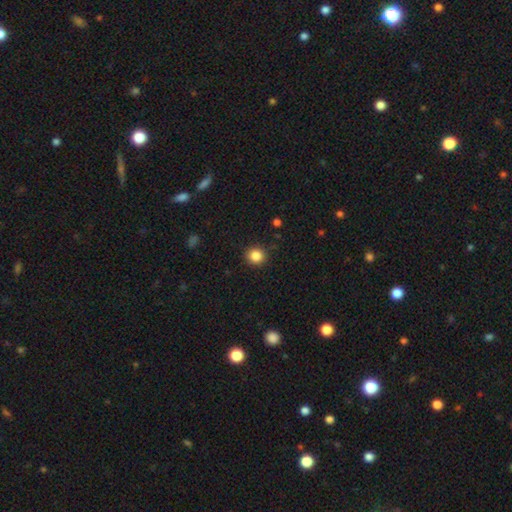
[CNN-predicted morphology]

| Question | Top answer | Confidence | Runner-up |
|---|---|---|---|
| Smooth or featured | smooth | 86% | star or artifact (10%) |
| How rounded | round | 89% | in between (10%) |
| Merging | none | 90% | minor disturbance (7%) |